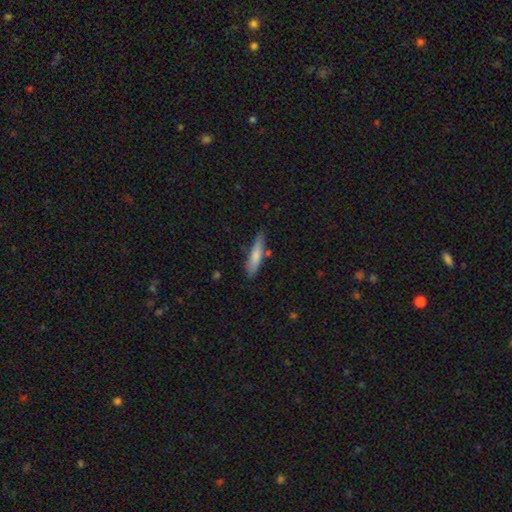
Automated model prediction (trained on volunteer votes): Q: Smooth or featured?
A: smooth (76%); runner-up: featured or disk (19%)
Q: How rounded?
A: cigar-shaped (78%); runner-up: in between (20%)
Q: Merging?
A: none (77%); runner-up: minor disturbance (16%)